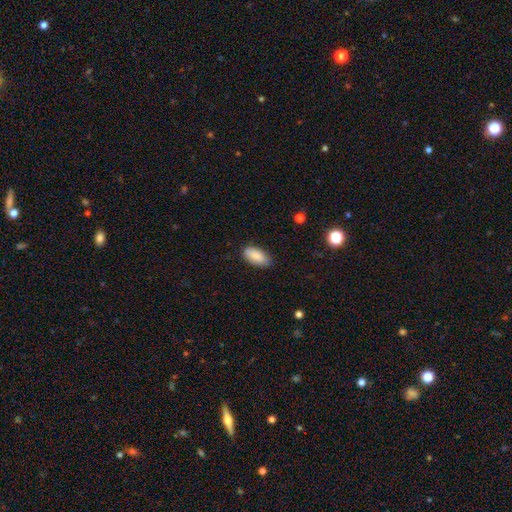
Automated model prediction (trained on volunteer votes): Smooth or featured?
  - smooth: 87% *
  - star or artifact: 7%
  - featured or disk: 6%
How rounded?
  - in between: 93% *
  - cigar-shaped: 5%
  - round: 2%
Merging?
  - none: 81% *
  - minor disturbance: 15%
  - major disturbance: 3%
  - merger: 1%